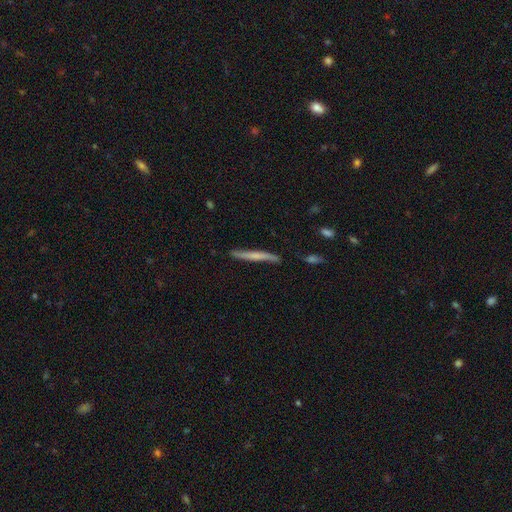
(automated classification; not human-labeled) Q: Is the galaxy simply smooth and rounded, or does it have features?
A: smooth — 49%.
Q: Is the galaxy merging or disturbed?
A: none — 81%.